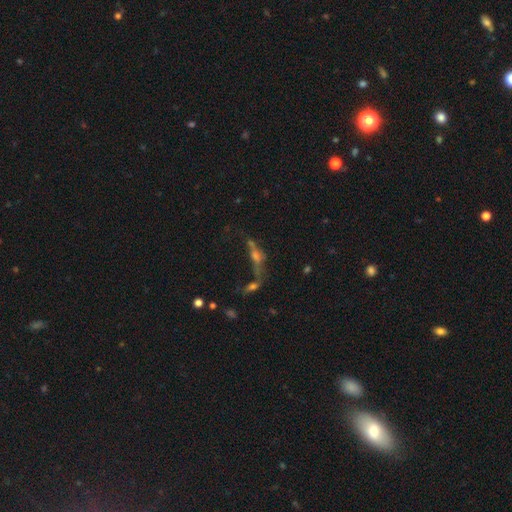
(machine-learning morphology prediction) Smooth or featured? featured or disk (41%)
Merging? merger (41%)